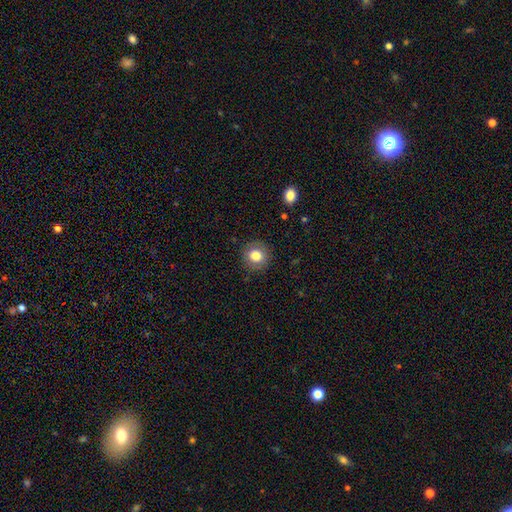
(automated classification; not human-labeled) Overall: smooth (81%). How rounded: round (90%). Merging: none (88%).